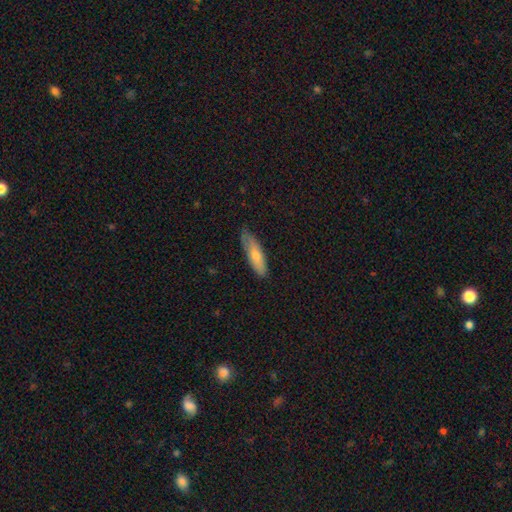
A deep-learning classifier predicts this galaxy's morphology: Q: Smooth or featured?
A: smooth (67%); runner-up: featured or disk (27%)
Q: How rounded?
A: cigar-shaped (59%); runner-up: in between (39%)
Q: Merging?
A: none (75%); runner-up: minor disturbance (20%)